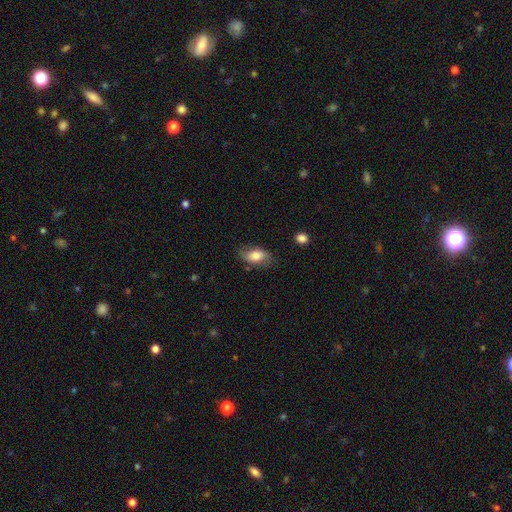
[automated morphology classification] type=smooth (70%); roundness=in between (89%); merging=none (69%).